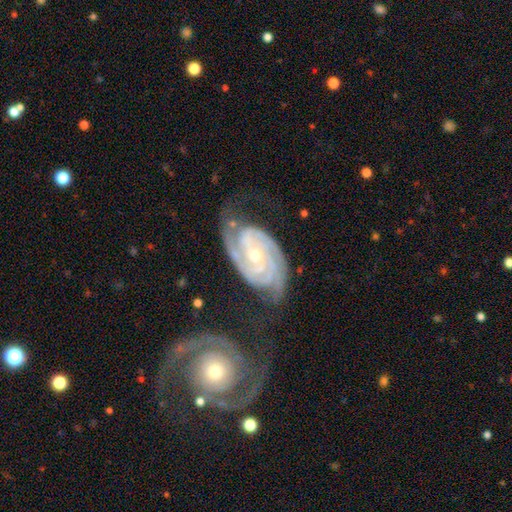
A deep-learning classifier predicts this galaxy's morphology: Overall: featured or disk (92%). Edge-on disk: no (97%). Bar: no (56%; weak 30%). Spiral arms: yes (99%). Spiral arm count: 2 (52%; 3 24%). Spiral winding: tight (72%). Bulge size: small (61%; moderate 36%). Merging: none (60%; minor disturbance 21%).